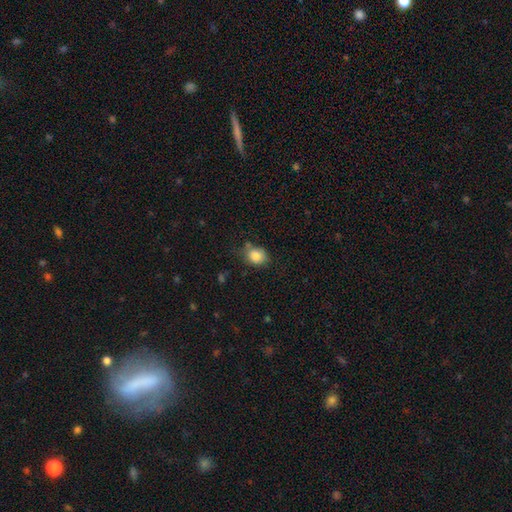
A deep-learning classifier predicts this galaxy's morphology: smooth-or-featured: smooth: 84% | star or artifact: 9% | featured or disk: 6%
  how-rounded: round: 55% | in between: 44% | cigar-shaped: 1%
  merging: none: 63% | minor disturbance: 24% | merger: 7% | major disturbance: 6%